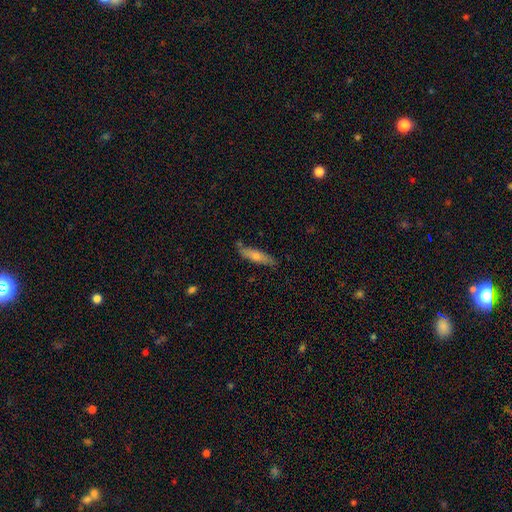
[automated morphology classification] Smooth or featured?
  - smooth: 58% *
  - featured or disk: 35%
  - star or artifact: 7%
How rounded?
  - cigar-shaped: 75% *
  - in between: 23%
  - round: 2%
Merging?
  - none: 78% *
  - minor disturbance: 16%
  - merger: 3%
  - major disturbance: 3%